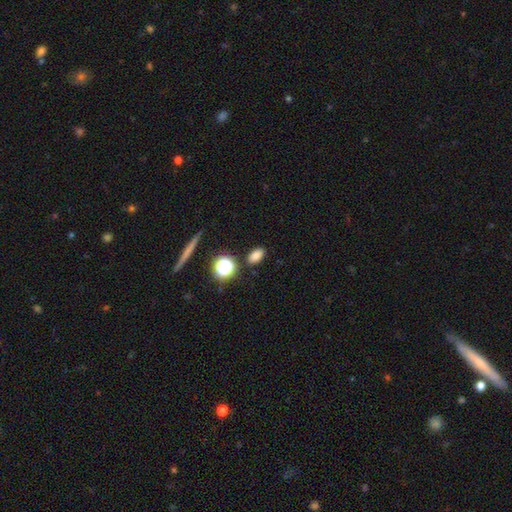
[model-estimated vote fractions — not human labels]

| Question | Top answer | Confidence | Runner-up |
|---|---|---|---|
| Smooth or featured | smooth | 79% | star or artifact (15%) |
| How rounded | in between | 83% | round (14%) |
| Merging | none | 85% | minor disturbance (9%) |